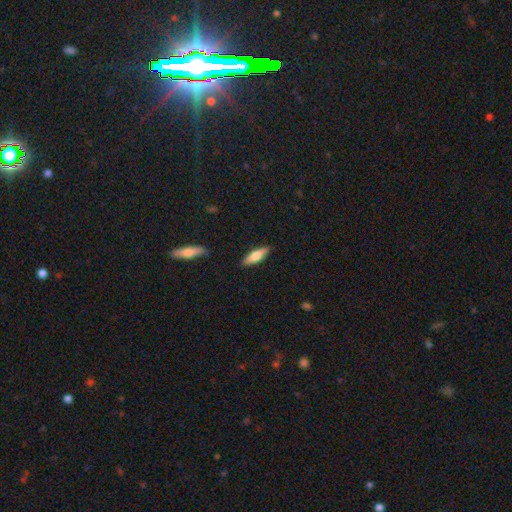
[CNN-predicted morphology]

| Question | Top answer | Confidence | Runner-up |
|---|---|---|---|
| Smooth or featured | smooth | 60% | featured or disk (34%) |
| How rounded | cigar-shaped | 55% | in between (43%) |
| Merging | none | 88% | minor disturbance (9%) |